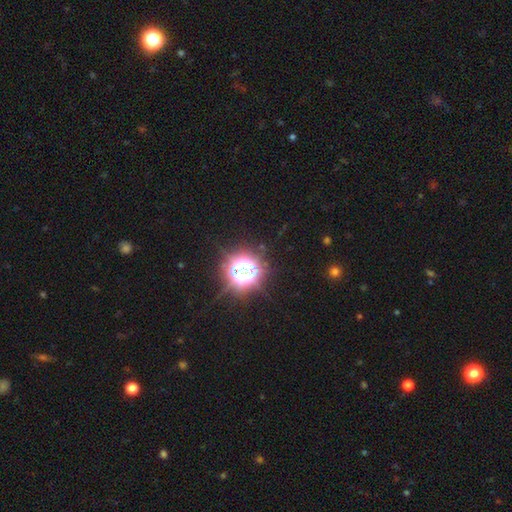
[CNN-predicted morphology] This is clearly a star or artifact rather than a galaxy (82%).